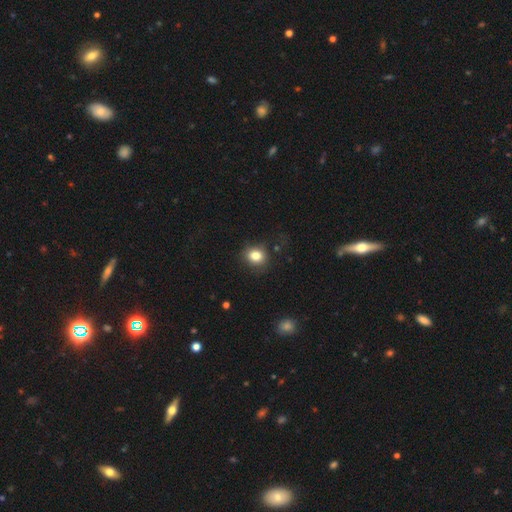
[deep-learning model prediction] A smooth galaxy with no disk features (82%) that is round (69%).

Vote fractions:
- Smooth or featured? smooth: 82% / star or artifact: 11% / featured or disk: 7%
- How rounded? round: 69% / in between: 30% / cigar-shaped: 1%
- Merging? none: 77% / minor disturbance: 15% / major disturbance: 5% / merger: 2%